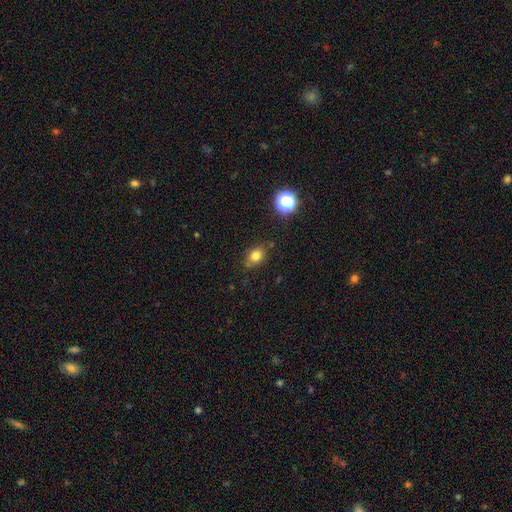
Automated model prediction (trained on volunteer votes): smooth 78%, star or artifact 13%, featured or disk 9%. Down the decision tree: how rounded — in between (56%); merging — none (75%).